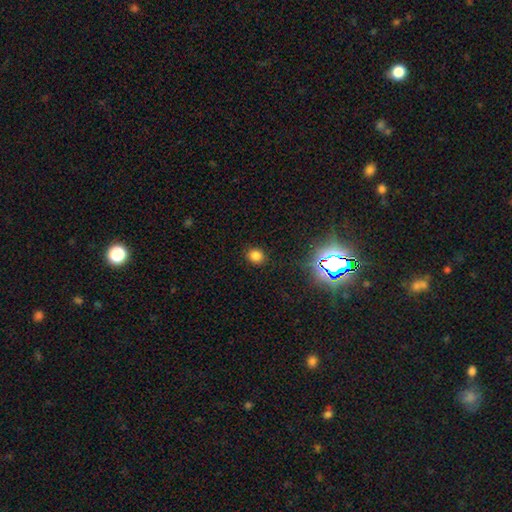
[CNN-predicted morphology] A smooth galaxy with no disk features (78%) that is round (74%).

Vote fractions:
- Smooth or featured? smooth: 78% / star or artifact: 18% / featured or disk: 5%
- How rounded? round: 74% / in between: 25% / cigar-shaped: 1%
- Merging? none: 88% / minor disturbance: 8% / major disturbance: 3% / merger: 1%